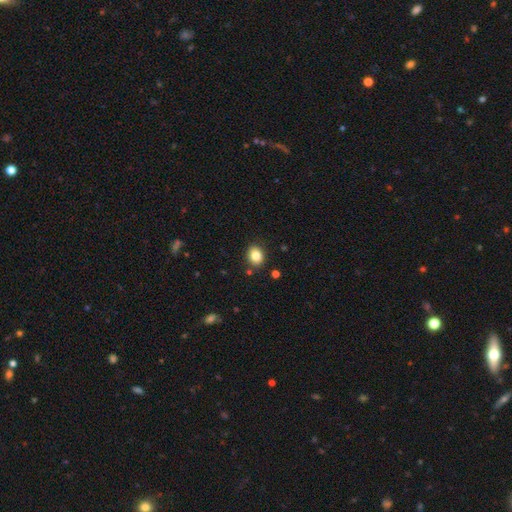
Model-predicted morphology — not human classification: type=smooth (84%); roundness=round (53%); merging=none (88%).